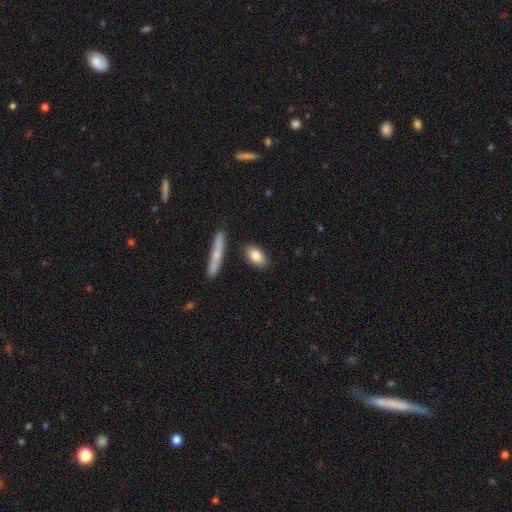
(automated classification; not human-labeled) Smooth or featured?
  - smooth: 82% *
  - featured or disk: 12%
  - star or artifact: 6%
How rounded?
  - in between: 85% *
  - cigar-shaped: 9%
  - round: 6%
Merging?
  - none: 83% *
  - minor disturbance: 10%
  - merger: 4%
  - major disturbance: 2%